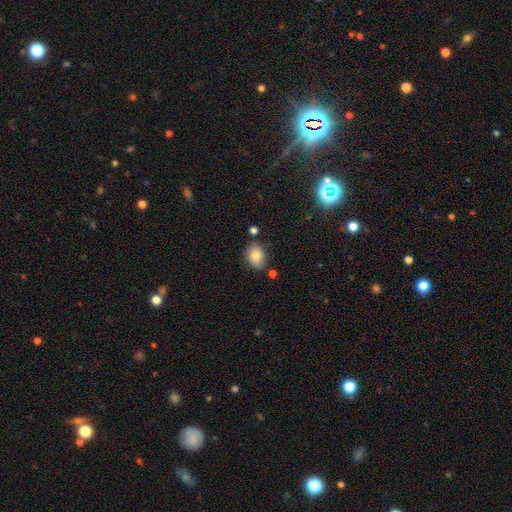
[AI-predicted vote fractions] This appears to be a smooth galaxy with no disk features (82%) that is in between round and cigar-shaped (67%). Merging: none (75%).